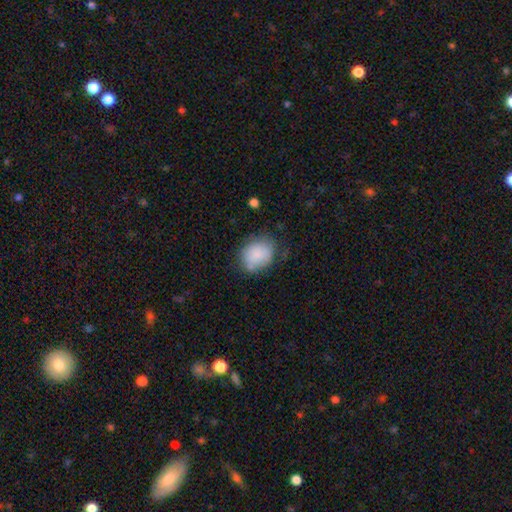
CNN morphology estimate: Q: Smooth or featured?
A: smooth (83%); runner-up: featured or disk (9%)
Q: How rounded?
A: in between (53%); runner-up: round (46%)
Q: Merging?
A: none (63%); runner-up: minor disturbance (24%)